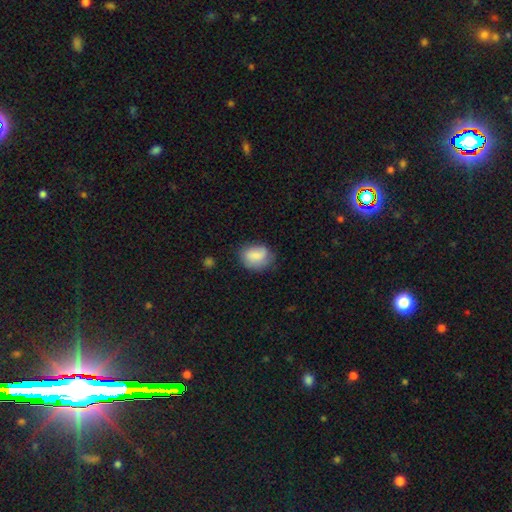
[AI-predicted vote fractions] A smooth galaxy with no disk features (79%) that is in between round and cigar-shaped (59%).

Vote fractions:
- Smooth or featured? smooth: 79% / featured or disk: 13% / star or artifact: 8%
- How rounded? in between: 59% / round: 40% / cigar-shaped: 1%
- Merging? none: 62% / minor disturbance: 27% / major disturbance: 8% / merger: 2%